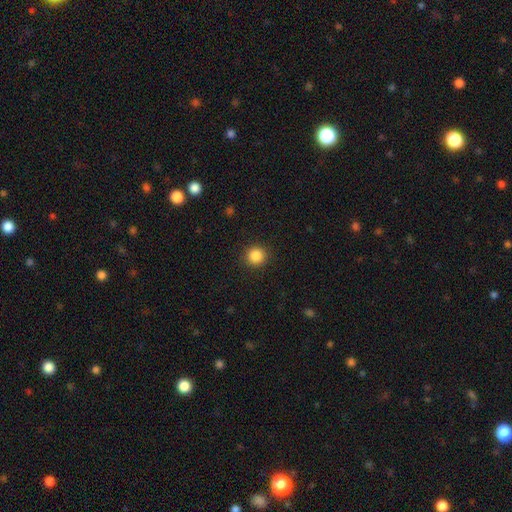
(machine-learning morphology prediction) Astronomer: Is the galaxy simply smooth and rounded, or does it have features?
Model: smooth — 86%.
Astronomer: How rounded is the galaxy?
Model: round — 92%.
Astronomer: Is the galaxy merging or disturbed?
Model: none — 91%.